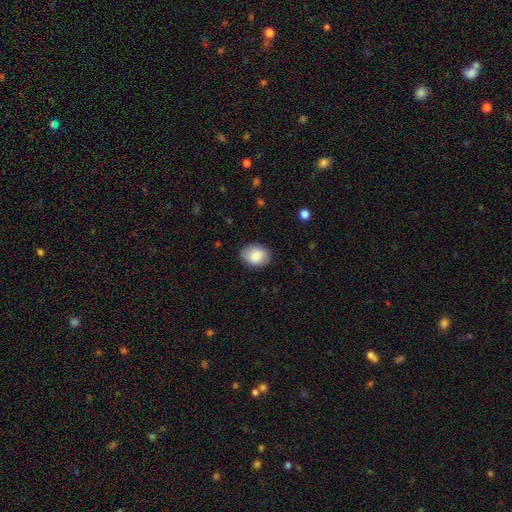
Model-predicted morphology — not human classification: This is clearly a smooth galaxy (82%). How rounded: likely in between (76%). Merging: clearly none (85%).